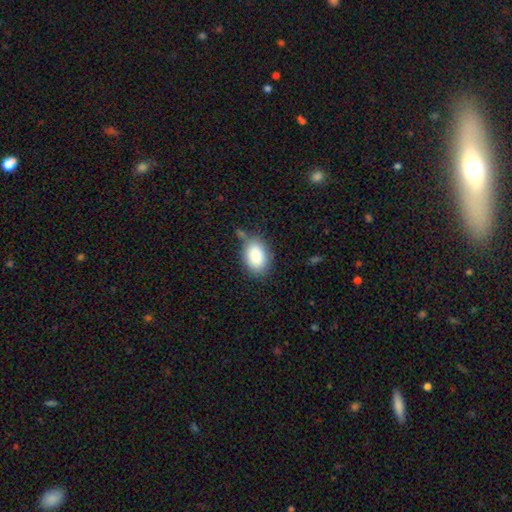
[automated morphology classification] type=smooth (88%); roundness=in between (88%); merging=none (66%).